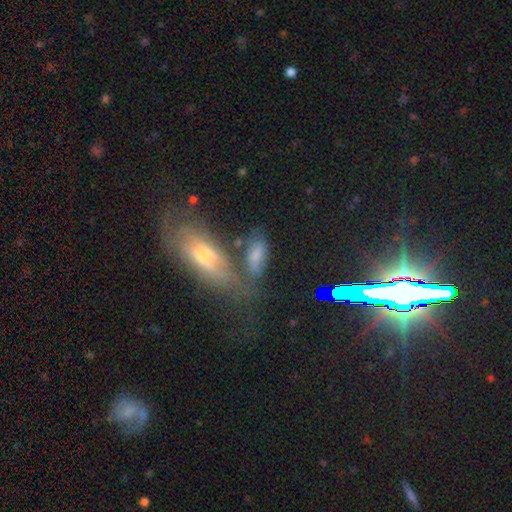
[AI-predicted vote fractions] Overall: smooth (64%). How rounded: in between (78%). Merging: none (50%; merger 21%).